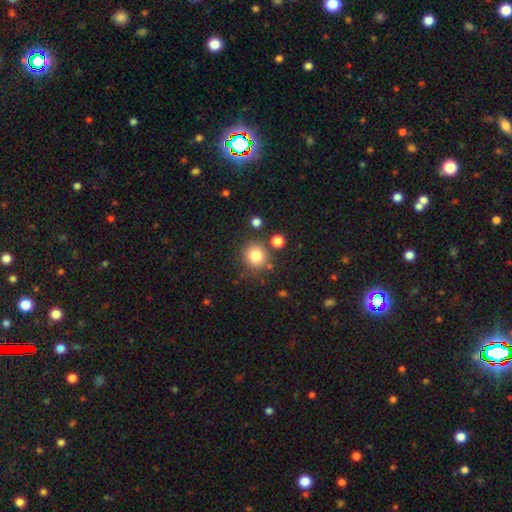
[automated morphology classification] This appears to be a smooth galaxy with no disk features (81%) that is round (87%). Merging: none (78%).